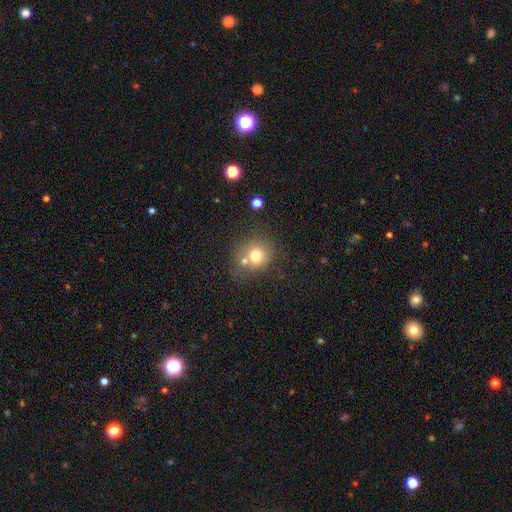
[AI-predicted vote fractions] Morphology: type=smooth (74%); roundness=round (84%); merging=none (53%).